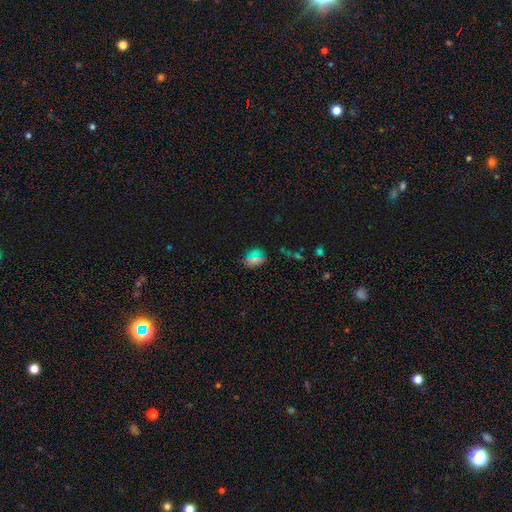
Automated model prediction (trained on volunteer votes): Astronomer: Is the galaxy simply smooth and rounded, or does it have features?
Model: smooth — 58%.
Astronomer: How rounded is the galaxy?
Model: in between — 60% (runner-up: round, 36%).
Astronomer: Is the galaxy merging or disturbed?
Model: none — 76%.